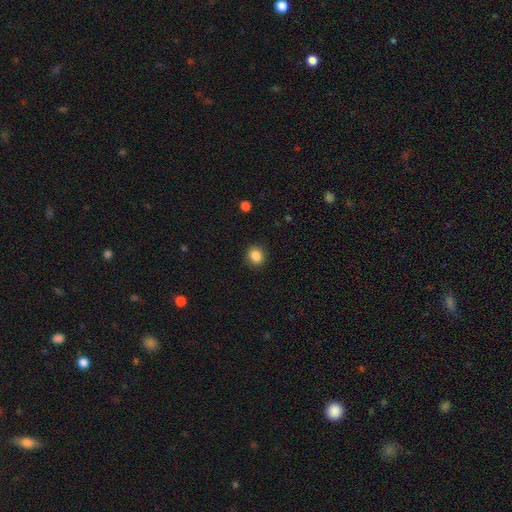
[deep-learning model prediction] This is clearly a smooth galaxy (86%). How rounded: likely round (78%). Merging: clearly none (90%).